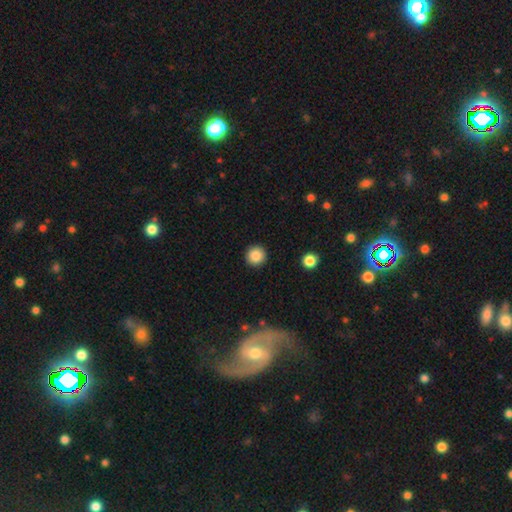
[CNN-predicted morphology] This appears to be a smooth galaxy with no disk features (87%) that is round (95%). Merging: none (92%).